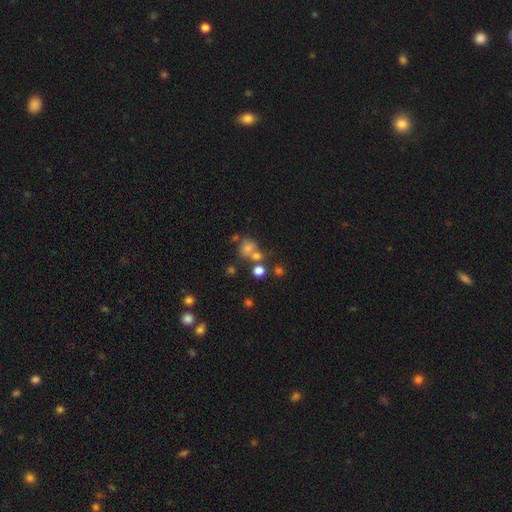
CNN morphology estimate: A smooth galaxy with no disk features (63%) that is round (70%).

Vote fractions:
- Smooth or featured? smooth: 63% / star or artifact: 20% / featured or disk: 17%
- How rounded? round: 70% / in between: 29% / cigar-shaped: 1%
- Merging? none: 45% / merger: 34% / minor disturbance: 13% / major disturbance: 8%